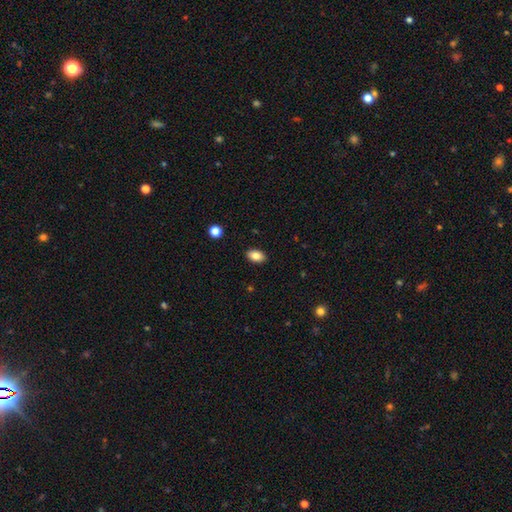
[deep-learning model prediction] This appears to be a smooth galaxy with no disk features (84%) that is in between round and cigar-shaped (89%). Merging: none (89%).